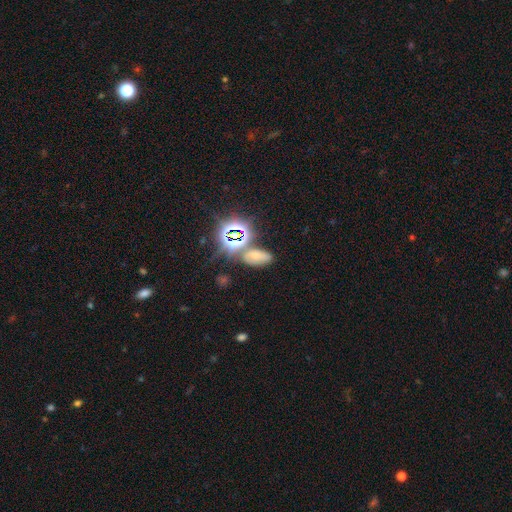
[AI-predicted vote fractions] Smooth or featured? Predicted: smooth (p=0.44). Merging? Predicted: none (p=0.61).